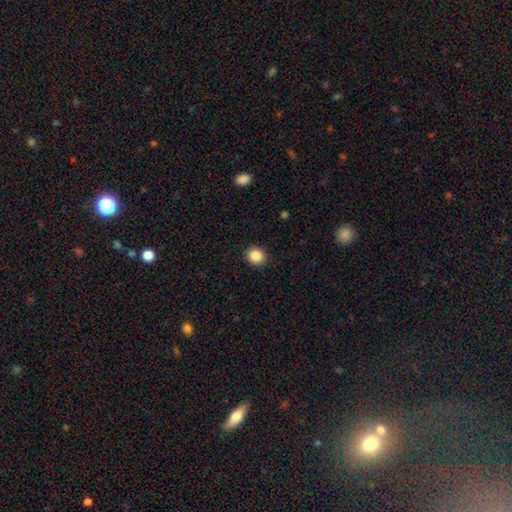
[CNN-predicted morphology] This appears to be a smooth galaxy with no disk features (87%) that is round (71%). Merging: none (90%).